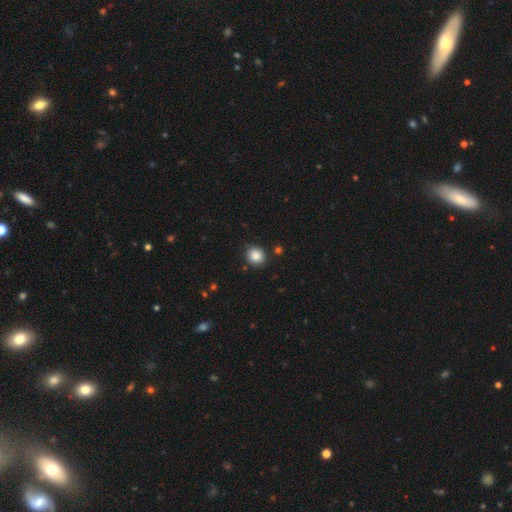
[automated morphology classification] A smooth galaxy with no disk features (86%) that is round (83%). Merging: none (85%).